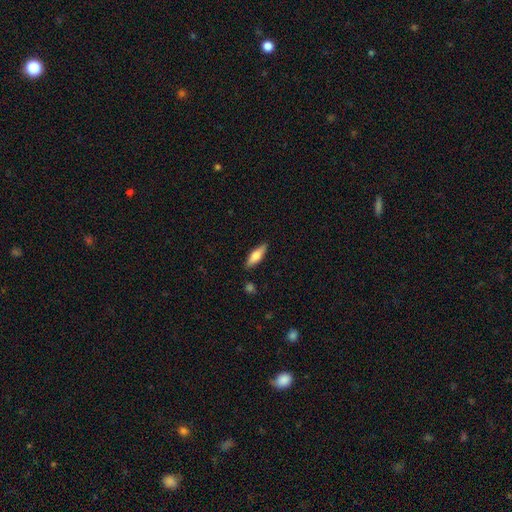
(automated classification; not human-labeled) Smooth or featured: smooth — 61% (featured or disk — 33%)
How rounded: cigar-shaped — 51% (in between — 46%)
Merging: none — 87% (minor disturbance — 10%)